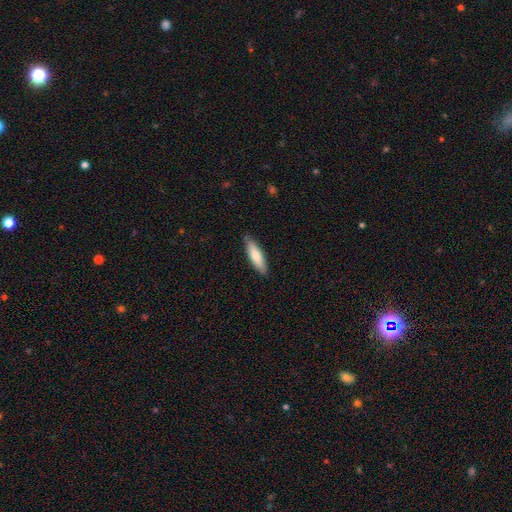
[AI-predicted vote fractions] Smooth or featured?
  - smooth: 73% *
  - featured or disk: 22%
  - star or artifact: 6%
How rounded?
  - cigar-shaped: 59% *
  - in between: 39%
  - round: 2%
Merging?
  - none: 85% *
  - minor disturbance: 12%
  - major disturbance: 2%
  - merger: 1%